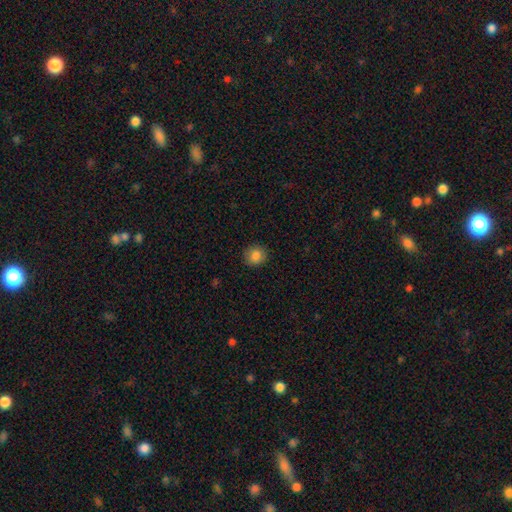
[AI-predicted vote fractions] smooth 84%, star or artifact 10%, featured or disk 6%. Down the decision tree: how rounded — round (82%); merging — none (88%).